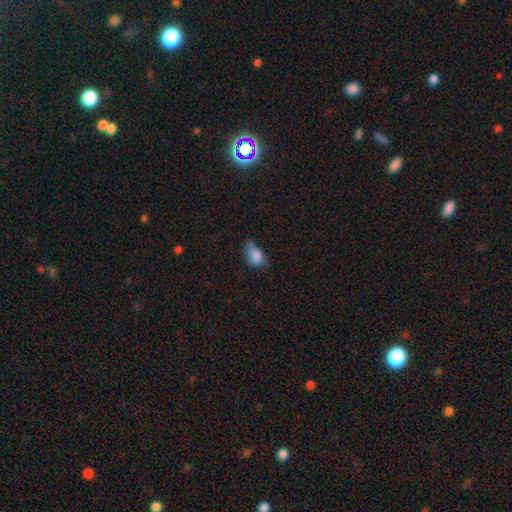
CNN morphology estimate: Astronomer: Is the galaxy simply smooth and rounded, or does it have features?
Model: smooth — 80%.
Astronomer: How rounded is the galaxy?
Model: in between — 82%.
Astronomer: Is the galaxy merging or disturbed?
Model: minor disturbance — 42% (runner-up: none, 32%).